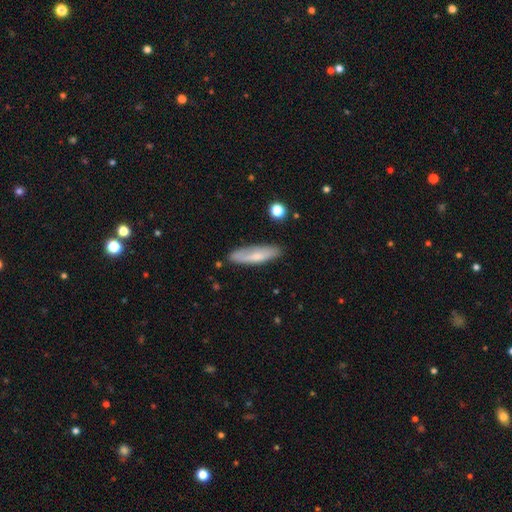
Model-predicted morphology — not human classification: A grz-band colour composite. It shows a smooth galaxy with no disk features (62%) that is cigar-shaped (68%). Merging: none (77%).